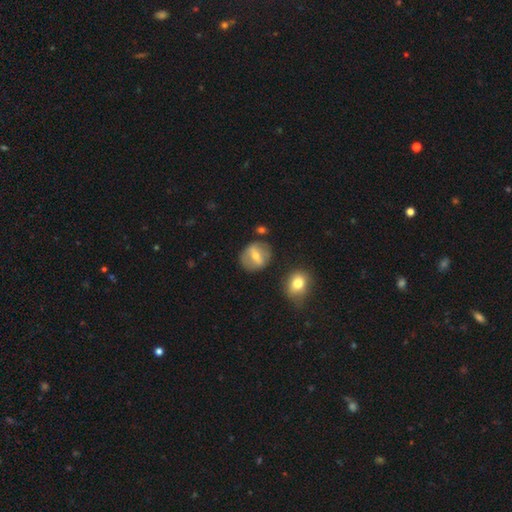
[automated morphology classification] A featured or disk galaxy (50%).

Vote fractions:
- Smooth or featured? featured or disk: 50% / smooth: 42% / star or artifact: 8%
- Merging? none: 76% / minor disturbance: 13% / merger: 6% / major disturbance: 5%